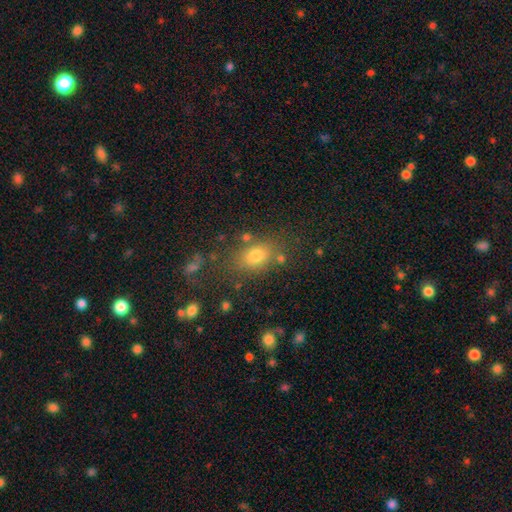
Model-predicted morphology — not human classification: Smooth or featured? smooth (75%)
How rounded? in between (74%)
Merging? none (73%)